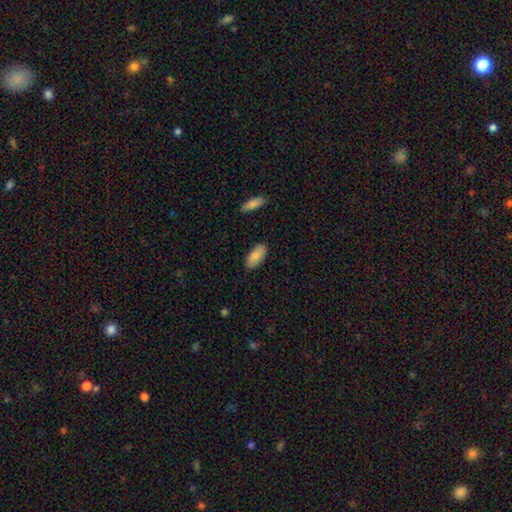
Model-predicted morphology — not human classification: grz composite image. It shows a smooth galaxy with no disk features (87%) that is in between round and cigar-shaped (91%). Merging: none (87%).